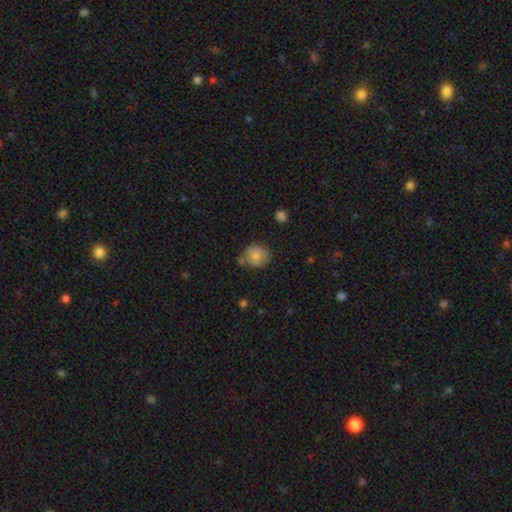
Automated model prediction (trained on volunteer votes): Smooth or featured: smooth — 79% (featured or disk — 13%)
How rounded: round — 83% (in between — 16%)
Merging: none — 64% (minor disturbance — 22%)